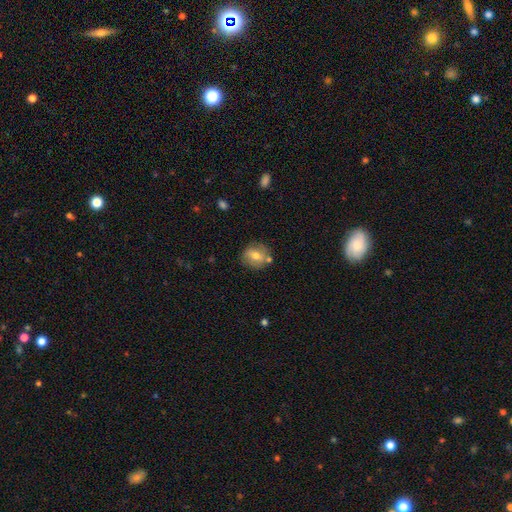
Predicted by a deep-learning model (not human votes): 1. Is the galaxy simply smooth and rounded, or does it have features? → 65% smooth, 26% featured or disk, 9% star or artifact.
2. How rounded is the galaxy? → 73% round, 26% in between, 2% cigar-shaped.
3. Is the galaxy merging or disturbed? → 74% none, 13% minor disturbance, 9% merger, 3% major disturbance.